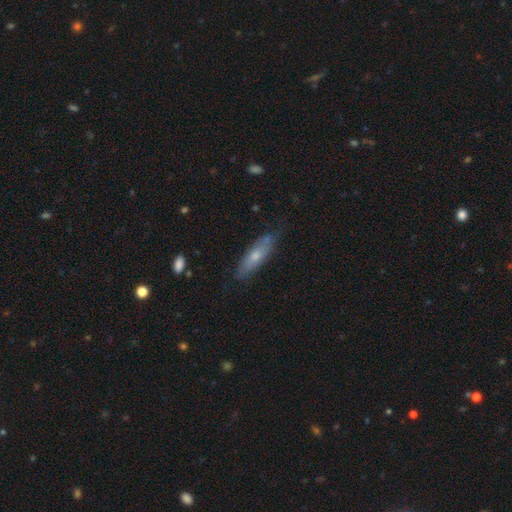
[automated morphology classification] This is possibly a smooth galaxy (56%). How rounded: likely cigar-shaped (60%). Merging: likely none (72%).